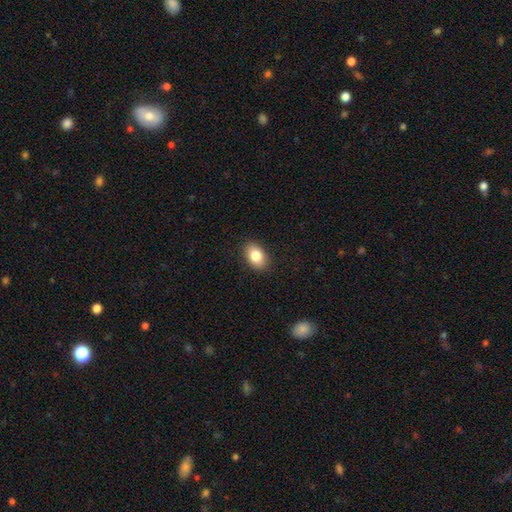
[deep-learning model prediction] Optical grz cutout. It shows a smooth galaxy with no disk features (83%) that is in between round and cigar-shaped (87%). Merging: none (89%).